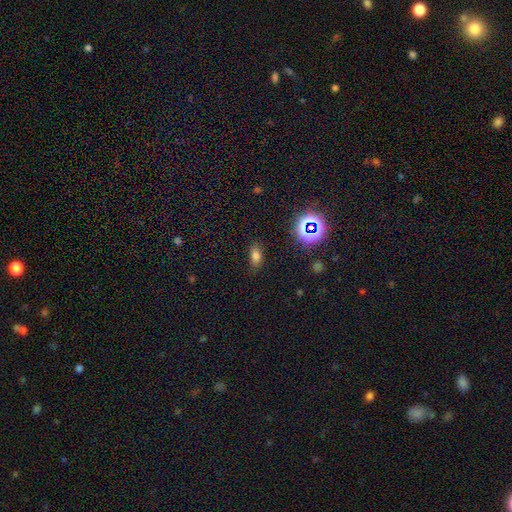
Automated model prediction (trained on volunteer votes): A smooth galaxy with no disk features (70%) that is in between round and cigar-shaped (85%).

Vote fractions:
- Smooth or featured? smooth: 70% / star or artifact: 21% / featured or disk: 9%
- How rounded? in between: 85% / round: 10% / cigar-shaped: 5%
- Merging? none: 81% / minor disturbance: 13% / major disturbance: 4% / merger: 2%